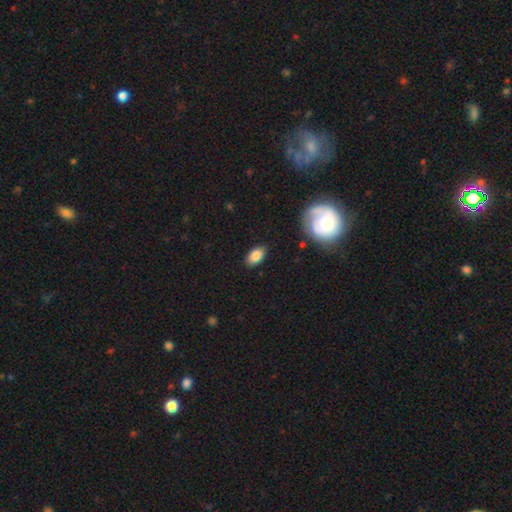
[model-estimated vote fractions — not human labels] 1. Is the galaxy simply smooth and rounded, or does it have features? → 84% smooth, 8% star or artifact, 8% featured or disk.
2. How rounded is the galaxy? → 92% in between, 6% round, 2% cigar-shaped.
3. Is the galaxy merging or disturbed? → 85% none, 11% minor disturbance, 2% major disturbance, 1% merger.